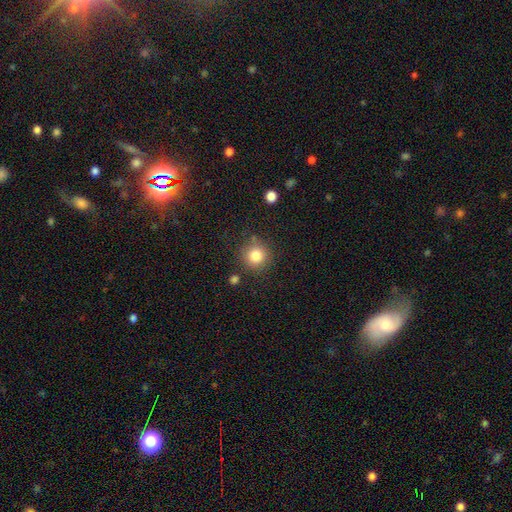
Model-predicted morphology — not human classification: Q: Smooth or featured?
A: smooth (82%); runner-up: star or artifact (11%)
Q: How rounded?
A: round (93%); runner-up: in between (6%)
Q: Merging?
A: none (83%); runner-up: minor disturbance (9%)